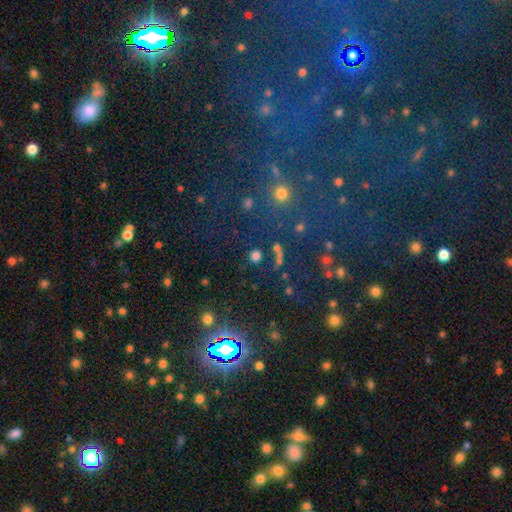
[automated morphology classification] The model was most divided on "smooth or featured": smooth: 72%, star or artifact: 22%, featured or disk: 7%. More confident: how rounded — round (88%); merging — none (77%).